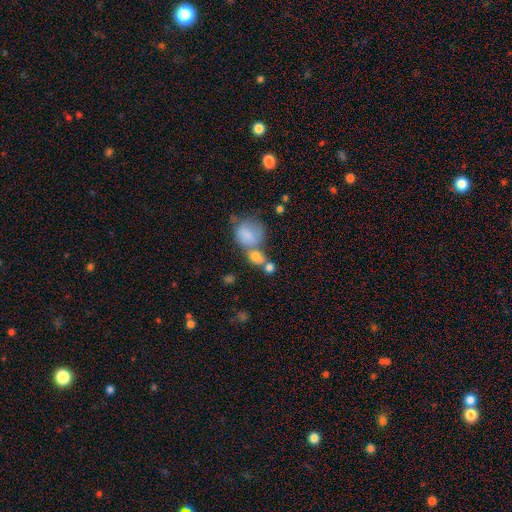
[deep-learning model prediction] smooth 70%, featured or disk 18%, star or artifact 12%. Down the decision tree: how rounded — round (55%); merging — merger (45%).